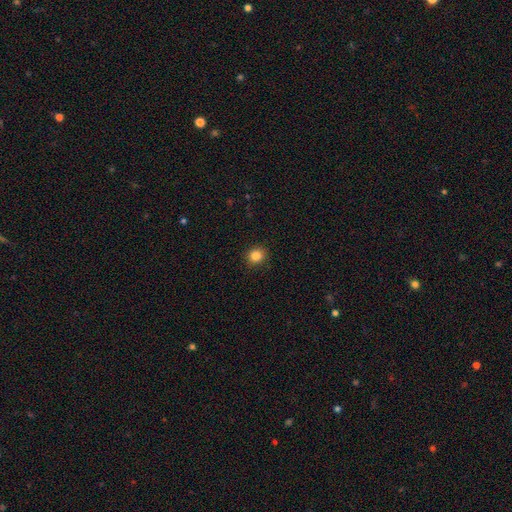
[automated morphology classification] Smooth or featured: smooth — 85% (star or artifact — 11%)
How rounded: round — 86% (in between — 13%)
Merging: none — 91% (minor disturbance — 6%)